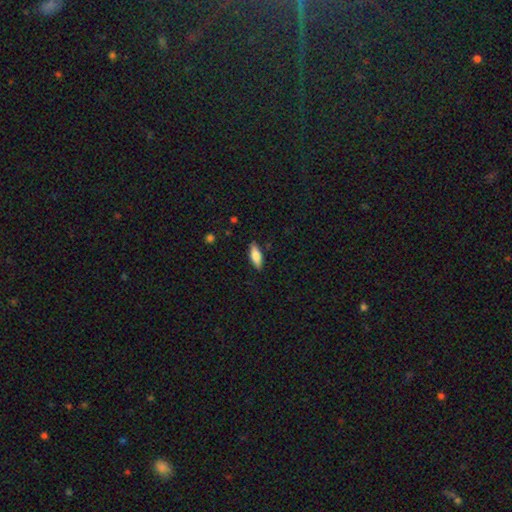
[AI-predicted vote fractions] Smooth or featured? Predicted: smooth (p=0.74). How rounded? Predicted: in between (p=0.64). Merging? Predicted: none (p=0.87).